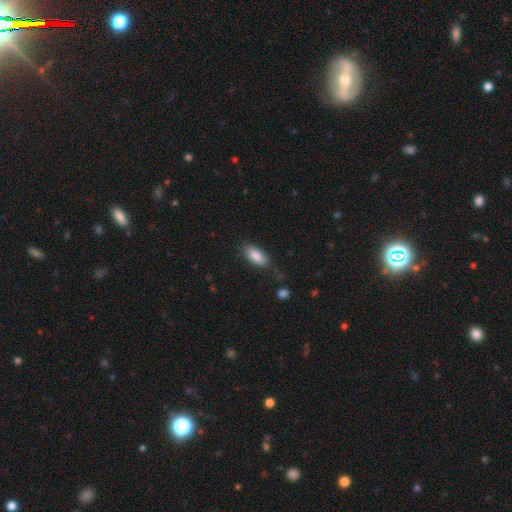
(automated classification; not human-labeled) smooth-or-featured: smooth: 87% | featured or disk: 7% | star or artifact: 7%
  how-rounded: in between: 86% | cigar-shaped: 11% | round: 2%
  merging: none: 77% | minor disturbance: 16% | major disturbance: 5% | merger: 2%